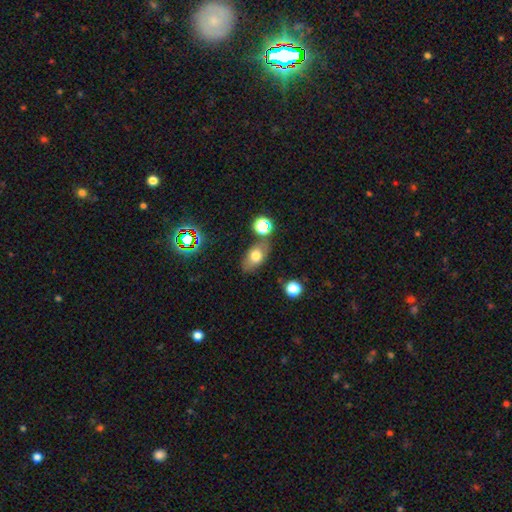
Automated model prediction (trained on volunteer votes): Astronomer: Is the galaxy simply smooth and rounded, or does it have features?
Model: smooth — 71%.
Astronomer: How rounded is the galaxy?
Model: in between — 85%.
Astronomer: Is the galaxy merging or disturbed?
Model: none — 73%.